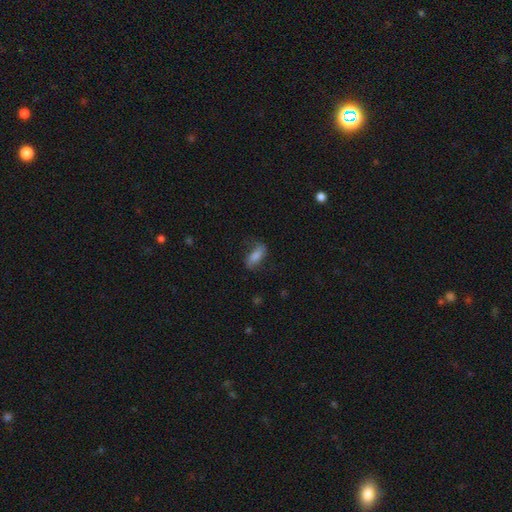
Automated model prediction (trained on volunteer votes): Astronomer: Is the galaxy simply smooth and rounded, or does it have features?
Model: smooth — 62%.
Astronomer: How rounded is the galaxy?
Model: in between — 81%.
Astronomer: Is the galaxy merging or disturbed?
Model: none — 61%.